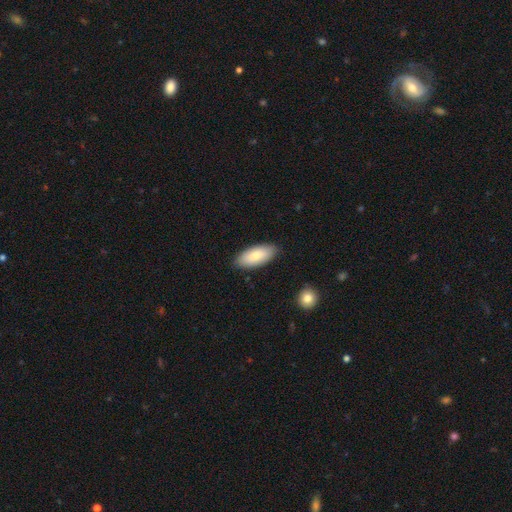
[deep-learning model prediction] smooth_or_featured: smooth (p=0.80) [alt: featured or disk p=0.14]
how_rounded: in between (p=0.89) [alt: cigar-shaped p=0.10]
merging: none (p=0.87) [alt: minor disturbance p=0.10]